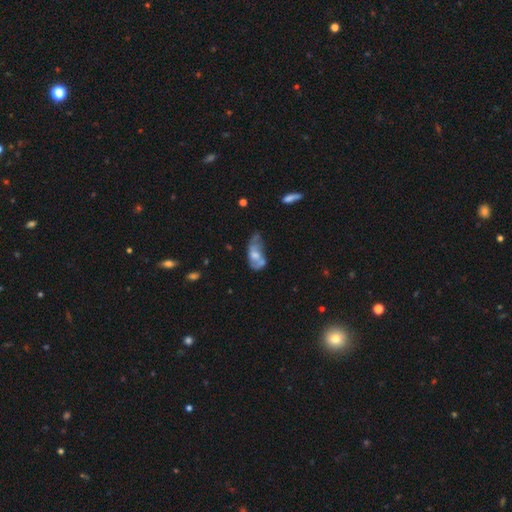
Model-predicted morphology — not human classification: featured or disk 51%, smooth 41%, star or artifact 8%. Down the decision tree: edge-on disk — no (92%); merging — minor disturbance (30%).